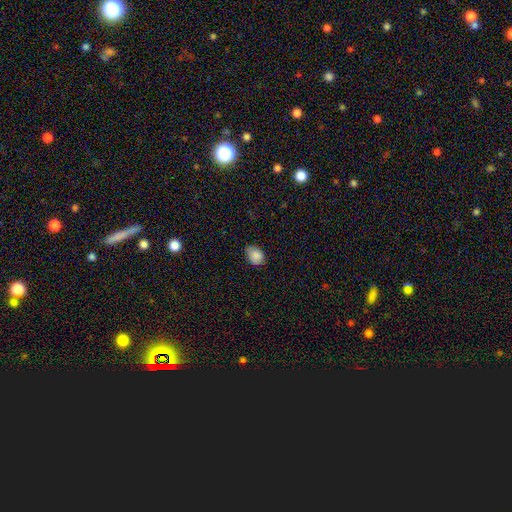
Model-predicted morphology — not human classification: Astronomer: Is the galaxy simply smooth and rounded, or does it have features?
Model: smooth — 87%.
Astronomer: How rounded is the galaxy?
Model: in between — 67%.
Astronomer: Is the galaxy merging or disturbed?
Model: none — 69%.